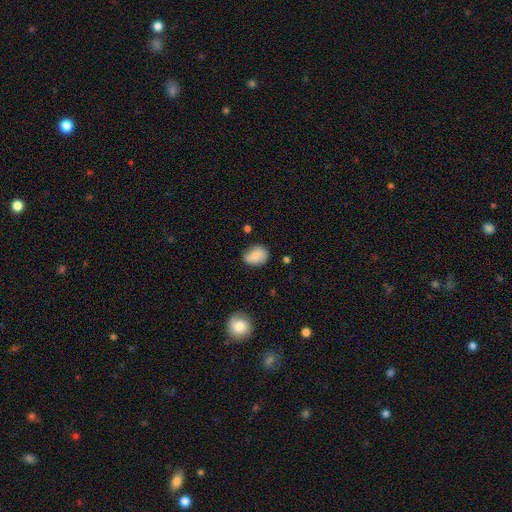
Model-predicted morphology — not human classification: type=smooth (76%); roundness=in between (63%); merging=none (65%).